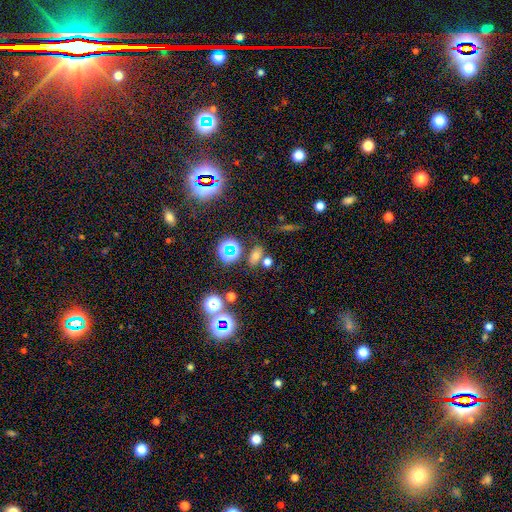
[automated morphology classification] Overall: smooth (58%; star or artifact 30%). How rounded: in between (69%). Merging: none (67%).